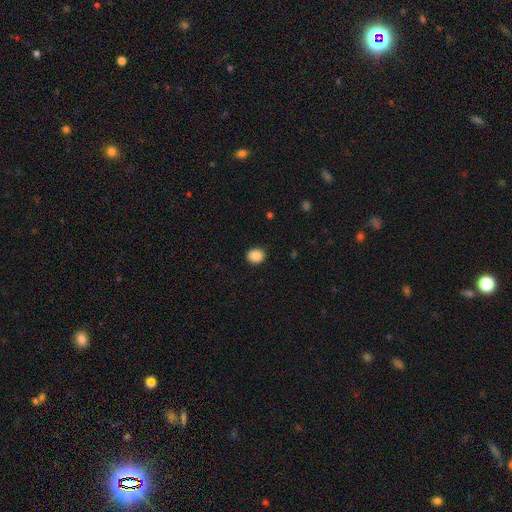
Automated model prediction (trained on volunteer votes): Q: Smooth or featured?
A: smooth (89%); runner-up: star or artifact (8%)
Q: How rounded?
A: round (71%); runner-up: in between (28%)
Q: Merging?
A: none (90%); runner-up: minor disturbance (7%)